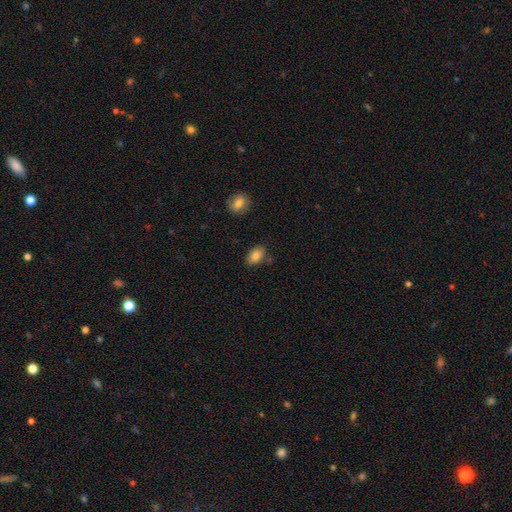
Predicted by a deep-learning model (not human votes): Q: Smooth or featured?
A: smooth (84%); runner-up: star or artifact (8%)
Q: How rounded?
A: in between (89%); runner-up: round (10%)
Q: Merging?
A: none (77%); runner-up: minor disturbance (15%)